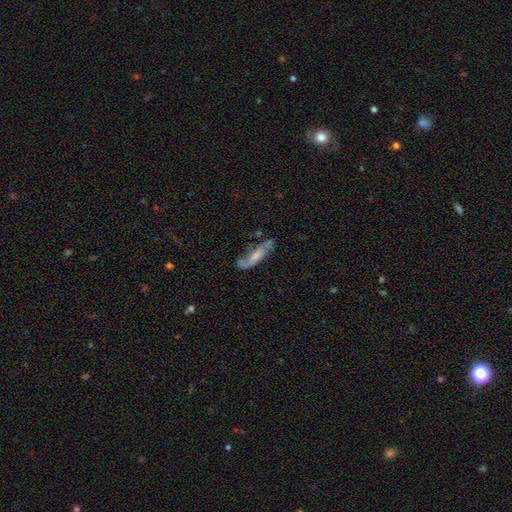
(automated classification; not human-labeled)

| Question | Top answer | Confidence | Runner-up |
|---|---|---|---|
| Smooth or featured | featured or disk | 49% | smooth (43%) |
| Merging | none | 52% | minor disturbance (26%) |